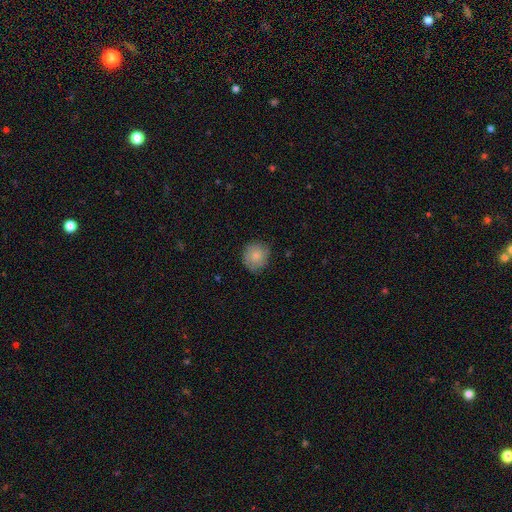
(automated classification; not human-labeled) This is likely a smooth galaxy (77%). How rounded: clearly round (86%). Merging: likely none (79%).